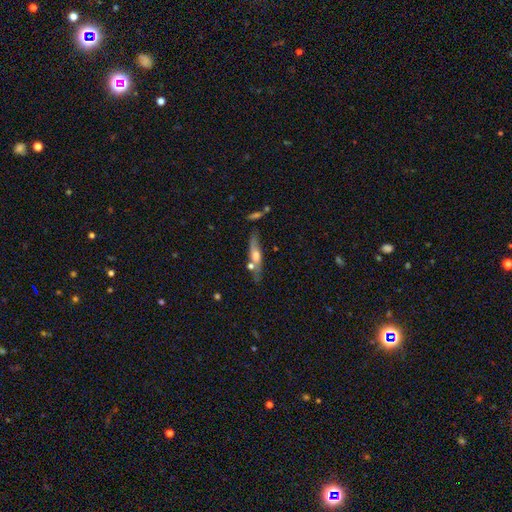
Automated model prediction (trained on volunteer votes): This is possibly a featured or disk galaxy (51%). It is likely viewed edge-on (72%). Merging: likely none (60%).